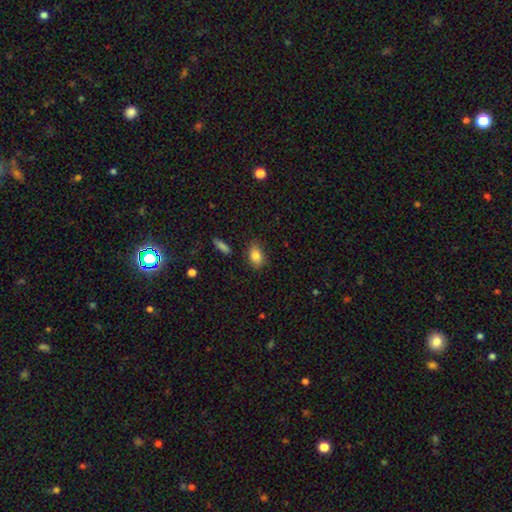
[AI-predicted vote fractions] Smooth or featured: smooth — 84% (star or artifact — 8%)
How rounded: in between — 85% (round — 13%)
Merging: none — 79% (minor disturbance — 16%)